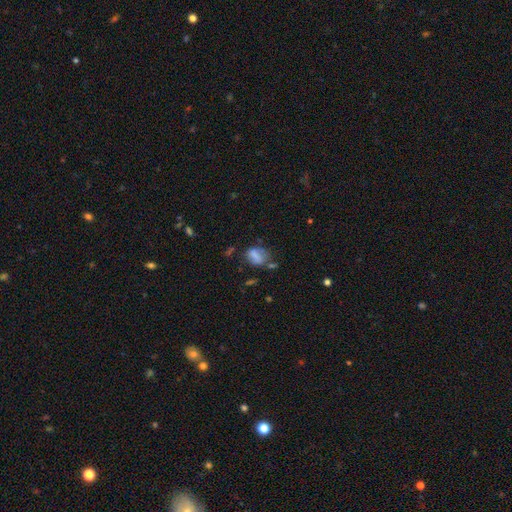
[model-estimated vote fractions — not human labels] smooth 66%, featured or disk 21%, star or artifact 12%. Down the decision tree: how rounded — in between (70%); merging — none (40%).